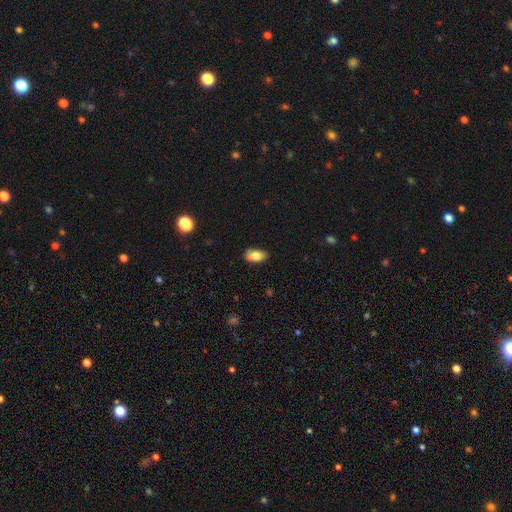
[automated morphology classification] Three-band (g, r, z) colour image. It shows a smooth galaxy with no disk features (78%) that is in between round and cigar-shaped (91%). Merging: none (72%).